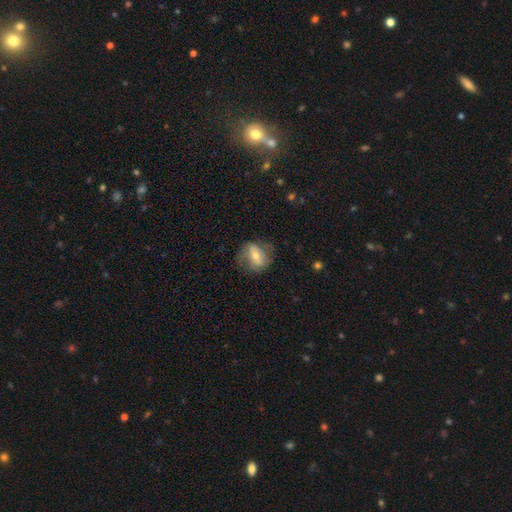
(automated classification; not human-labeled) A featured or disk galaxy (49%). Merging: none (64%).